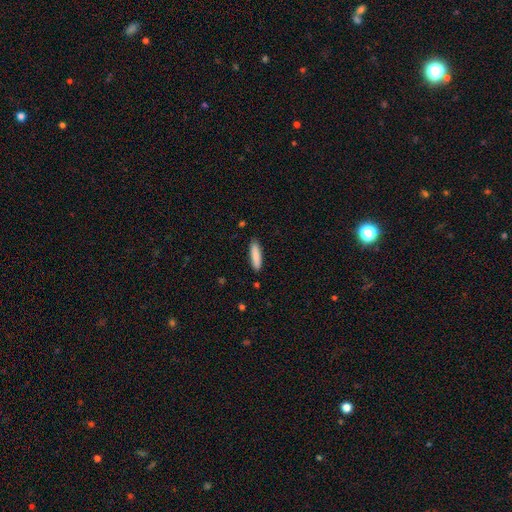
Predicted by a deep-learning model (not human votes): A smooth galaxy with no disk features (87%) that is cigar-shaped (70%). Merging: none (88%).